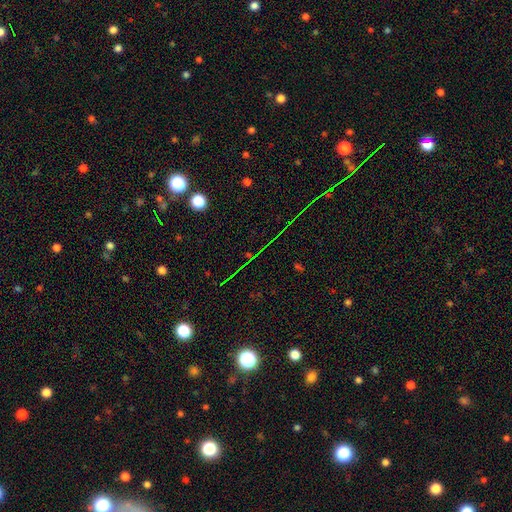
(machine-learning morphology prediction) Smooth or featured? Predicted: star or artifact (p=0.70).